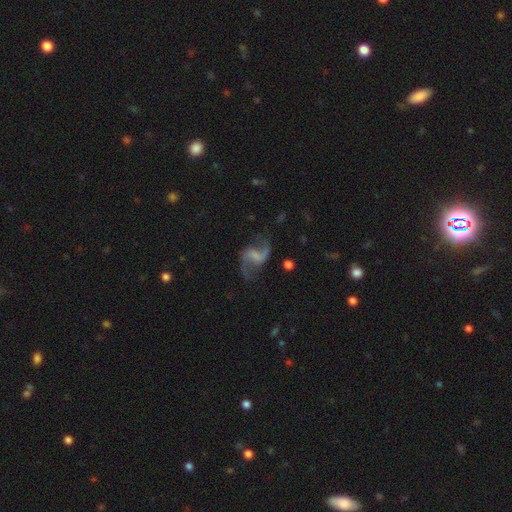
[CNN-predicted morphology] type=featured or disk (86%); edge-on=no (98%); bar=weak (50%); spiral arms=yes (96%); winding=loose (78%); arm count=2 (93%); bulge=none (60%); merging=none (71%).